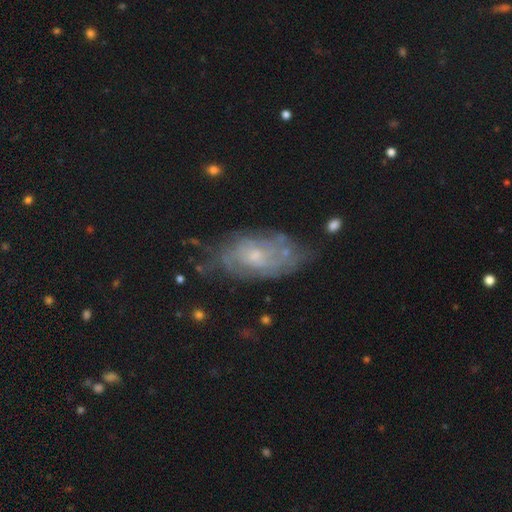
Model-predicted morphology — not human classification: featured or disk 72%, smooth 20%, star or artifact 8%. Down the decision tree: edge-on disk — no (94%); bar — no (73%); spiral arms — yes (81%); spiral arm count — can't tell (57%); spiral winding — tight (56%); bulge size — small (62%); merging — none (63%).